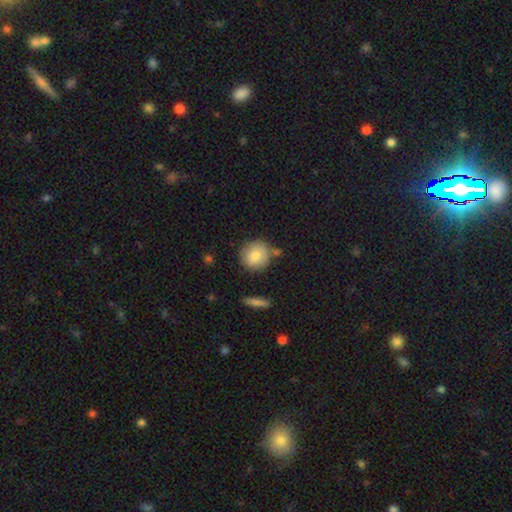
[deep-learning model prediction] smooth_or_featured: smooth (p=0.85) [alt: featured or disk p=0.08]
how_rounded: round (p=0.87) [alt: in between p=0.11]
merging: none (p=0.76) [alt: minor disturbance p=0.14]